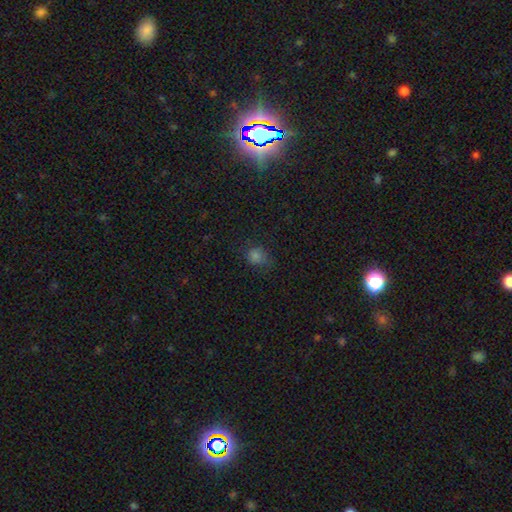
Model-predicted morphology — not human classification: smooth_or_featured: smooth (p=0.69) [alt: star or artifact p=0.25]
how_rounded: round (p=0.69) [alt: in between p=0.30]
merging: none (p=0.65) [alt: minor disturbance p=0.24]